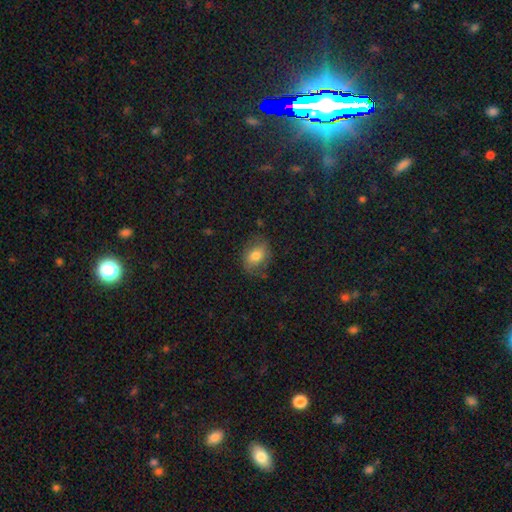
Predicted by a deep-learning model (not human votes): smooth 71%, featured or disk 20%, star or artifact 9%. Down the decision tree: how rounded — in between (64%); merging — none (71%).